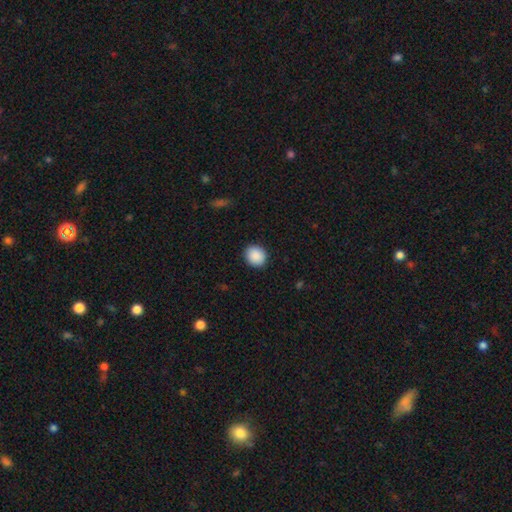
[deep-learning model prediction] smooth 90%, star or artifact 7%, featured or disk 3%. Down the decision tree: how rounded — round (79%); merging — none (91%).